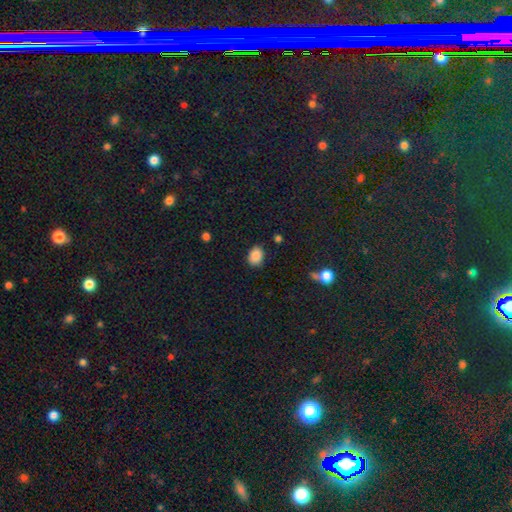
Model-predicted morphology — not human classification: Smooth or featured? Predicted: smooth (p=0.86). How rounded? Predicted: in between (p=0.70). Merging? Predicted: none (p=0.83).